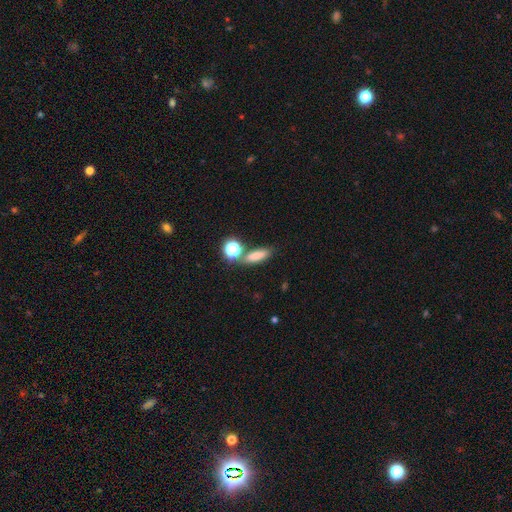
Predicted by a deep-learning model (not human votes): Q: Smooth or featured?
A: smooth (77%); runner-up: star or artifact (15%)
Q: How rounded?
A: in between (52%); runner-up: cigar-shaped (34%)
Q: Merging?
A: none (66%); runner-up: merger (17%)